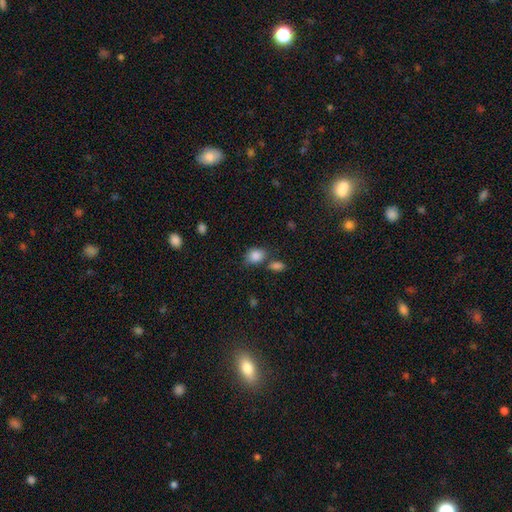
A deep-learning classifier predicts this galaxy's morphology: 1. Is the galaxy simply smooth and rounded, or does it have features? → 85% smooth, 9% star or artifact, 5% featured or disk.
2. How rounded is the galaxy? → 57% in between, 42% round, 1% cigar-shaped.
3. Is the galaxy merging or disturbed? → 58% none, 19% merger, 17% minor disturbance, 6% major disturbance.